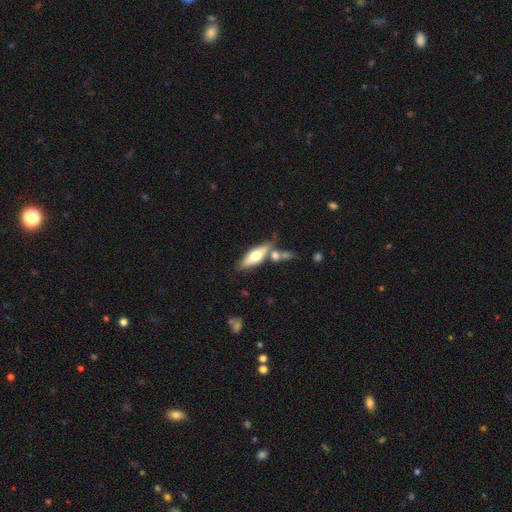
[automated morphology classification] Q: Smooth or featured?
A: smooth (53%); runner-up: featured or disk (41%)
Q: How rounded?
A: in between (56%); runner-up: cigar-shaped (41%)
Q: Merging?
A: none (60%); runner-up: merger (21%)